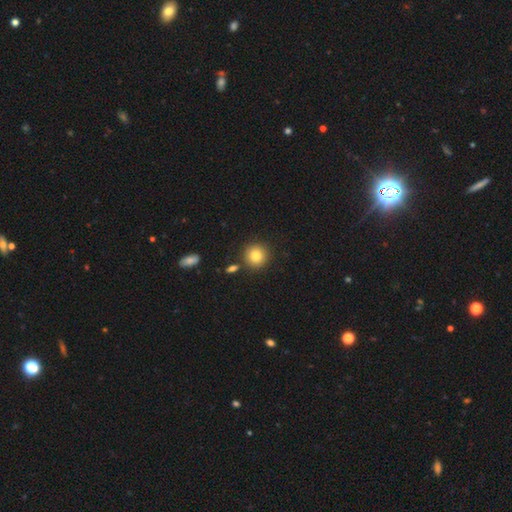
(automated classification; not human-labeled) A smooth galaxy with no disk features (83%) that is round (92%).

Vote fractions:
- Smooth or featured? smooth: 83% / star or artifact: 10% / featured or disk: 7%
- How rounded? round: 92% / in between: 7% / cigar-shaped: 1%
- Merging? none: 85% / minor disturbance: 7% / merger: 6% / major disturbance: 2%